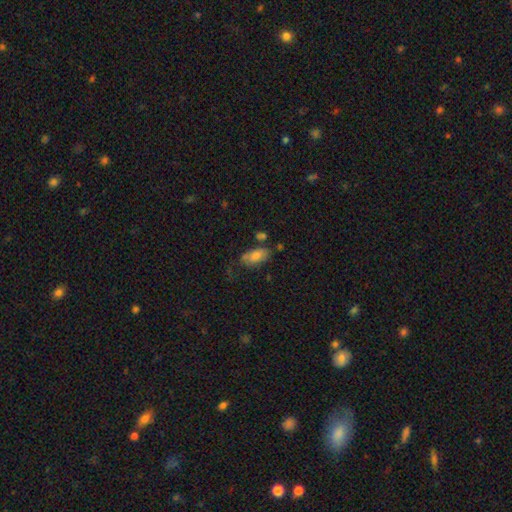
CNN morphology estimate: Smooth or featured? smooth (74%)
How rounded? in between (88%)
Merging? none (57%)